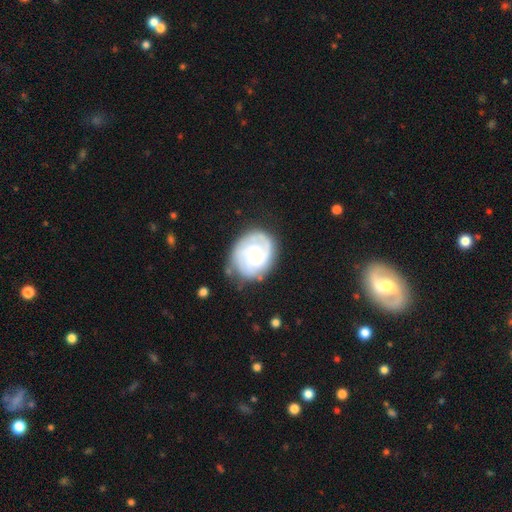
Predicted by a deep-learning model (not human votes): This appears to be a featured or disk galaxy (77%) with no bar (59%), 2 (38%) tight (60%) spiral arms (93%) and a small central bulge (47%). Merging: none (72%).